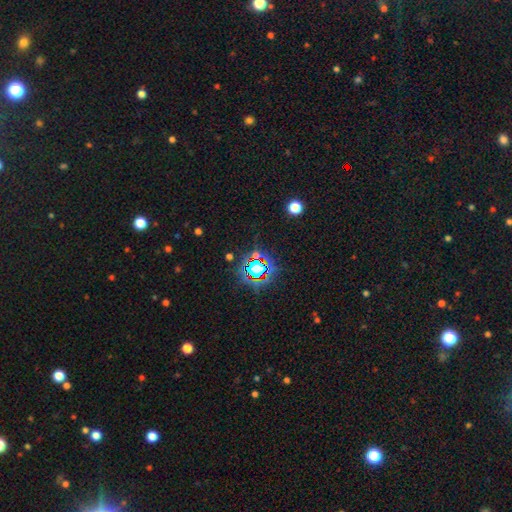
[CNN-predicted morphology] star or artifact 79%, smooth 13%, featured or disk 9%.